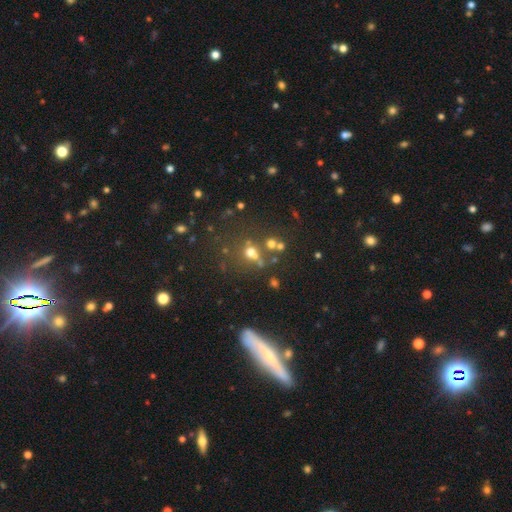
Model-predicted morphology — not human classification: This is possibly a smooth galaxy (48%). Merging: possibly none (60%).